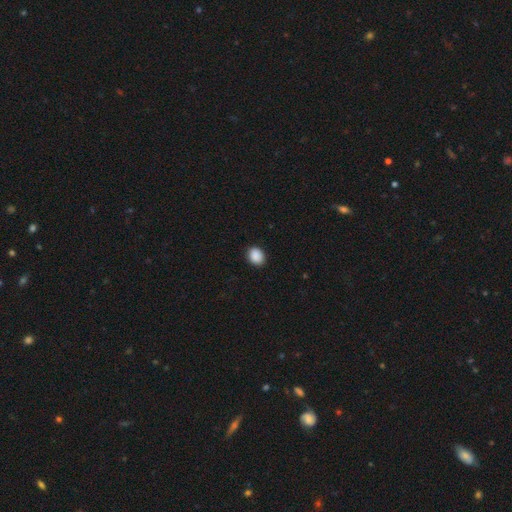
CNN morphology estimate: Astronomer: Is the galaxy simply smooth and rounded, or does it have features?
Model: smooth — 90%.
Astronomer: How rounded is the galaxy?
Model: in between — 54% (runner-up: round, 45%).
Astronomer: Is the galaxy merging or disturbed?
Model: none — 90%.